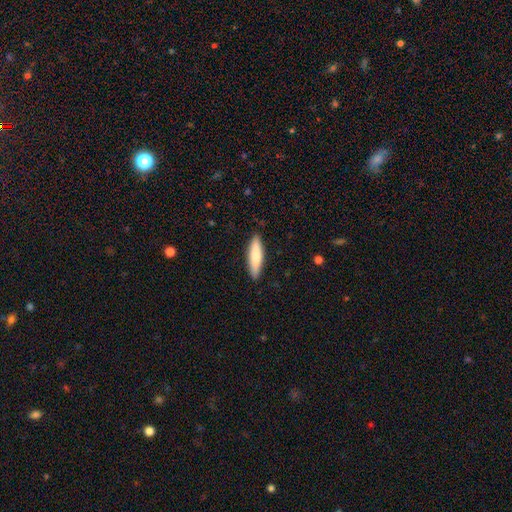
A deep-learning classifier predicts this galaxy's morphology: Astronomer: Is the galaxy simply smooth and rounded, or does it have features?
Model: smooth — 77%.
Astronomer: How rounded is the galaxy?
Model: cigar-shaped — 72%.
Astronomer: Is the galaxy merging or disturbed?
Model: none — 88%.